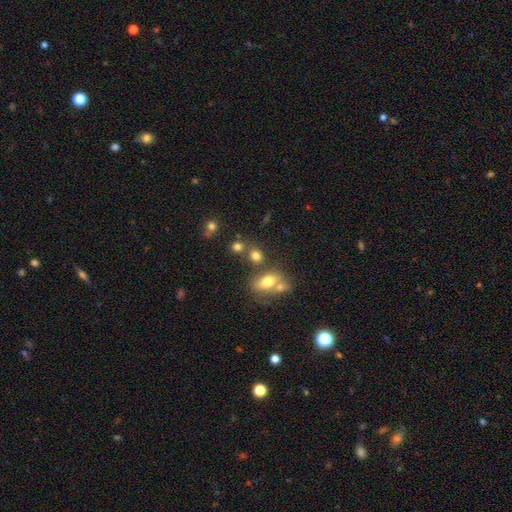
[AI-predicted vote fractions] This appears to be a smooth galaxy with no disk features (76%) that is round (57%). Merging: none (54%).